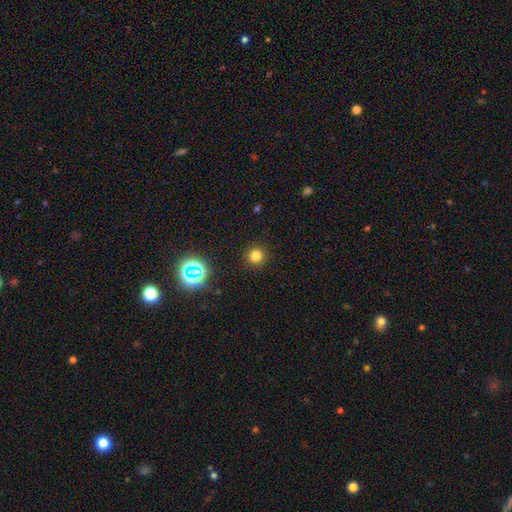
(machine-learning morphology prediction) Smooth or featured?
  - smooth: 77% *
  - star or artifact: 18%
  - featured or disk: 6%
How rounded?
  - round: 94% *
  - in between: 5%
  - cigar-shaped: 1%
Merging?
  - none: 91% *
  - minor disturbance: 5%
  - major disturbance: 2%
  - merger: 1%